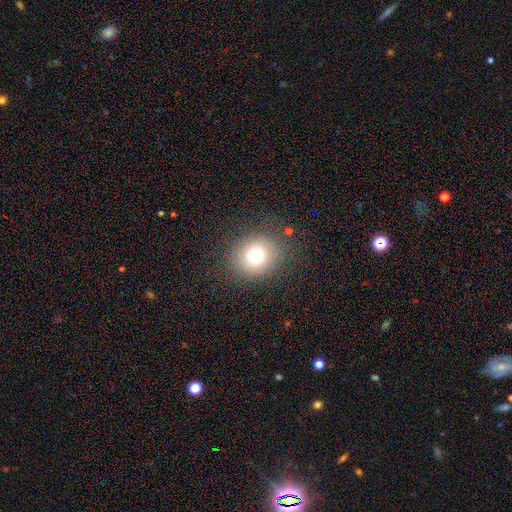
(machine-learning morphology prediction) Q: Smooth or featured?
A: smooth (74%); runner-up: star or artifact (14%)
Q: How rounded?
A: round (78%); runner-up: in between (21%)
Q: Merging?
A: none (83%); runner-up: minor disturbance (10%)